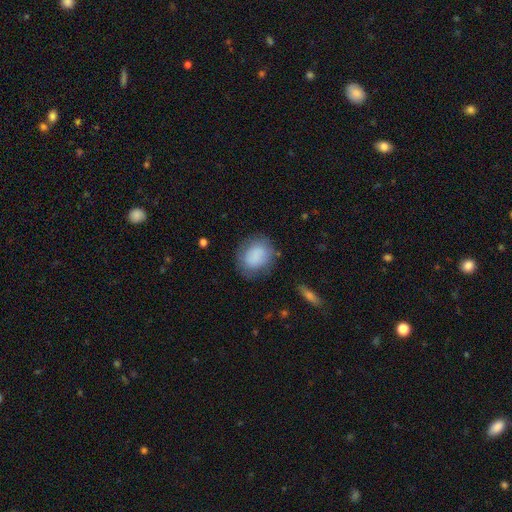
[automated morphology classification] smooth_or_featured: smooth (p=0.83) [alt: featured or disk p=0.10]
how_rounded: round (p=0.59) [alt: in between p=0.40]
merging: none (p=0.71) [alt: minor disturbance p=0.19]